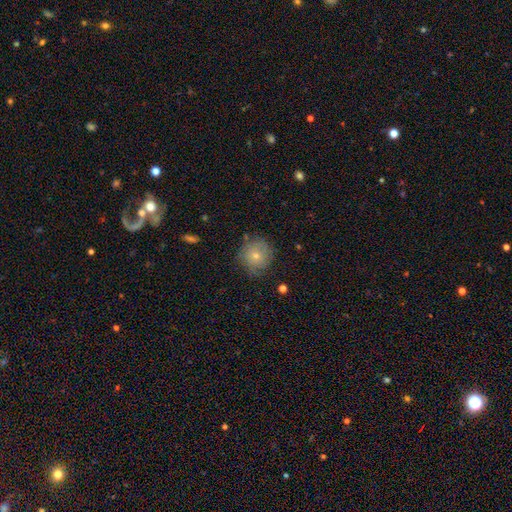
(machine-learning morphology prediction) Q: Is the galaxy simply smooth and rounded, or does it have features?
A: smooth — 56%.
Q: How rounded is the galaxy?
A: round — 90%.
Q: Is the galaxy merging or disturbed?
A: none — 76%.